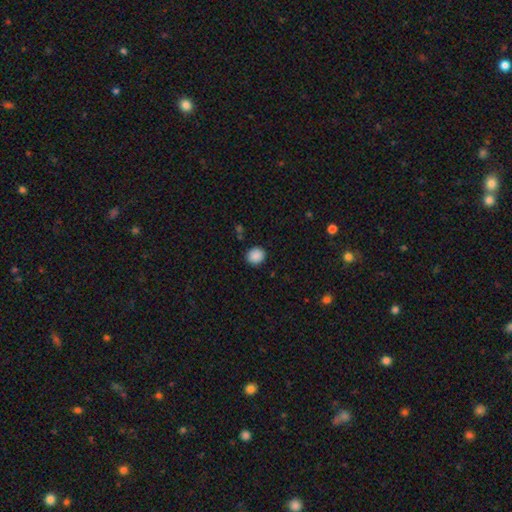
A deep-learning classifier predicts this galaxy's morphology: Q: Smooth or featured?
A: smooth (89%); runner-up: star or artifact (9%)
Q: How rounded?
A: round (83%); runner-up: in between (16%)
Q: Merging?
A: none (90%); runner-up: minor disturbance (6%)